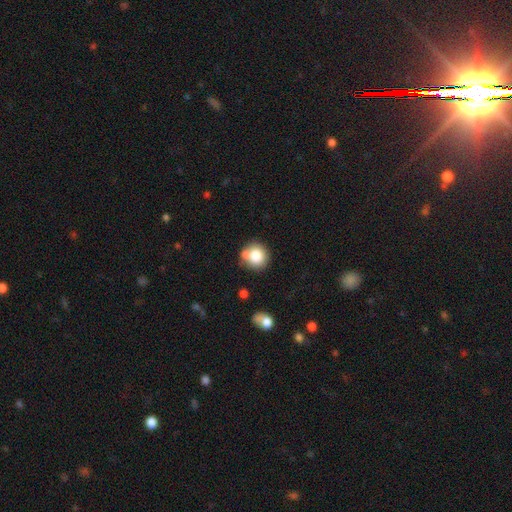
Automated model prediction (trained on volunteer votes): smooth_or_featured: smooth (p=0.80) [alt: featured or disk p=0.11]
how_rounded: round (p=0.88) [alt: in between p=0.11]
merging: none (p=0.63) [alt: merger p=0.21]